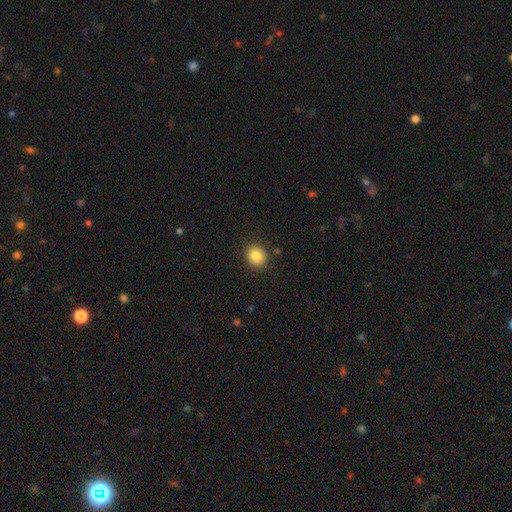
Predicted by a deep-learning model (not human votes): This appears to be a smooth galaxy with no disk features (85%) that is round (76%). Merging: none (88%).